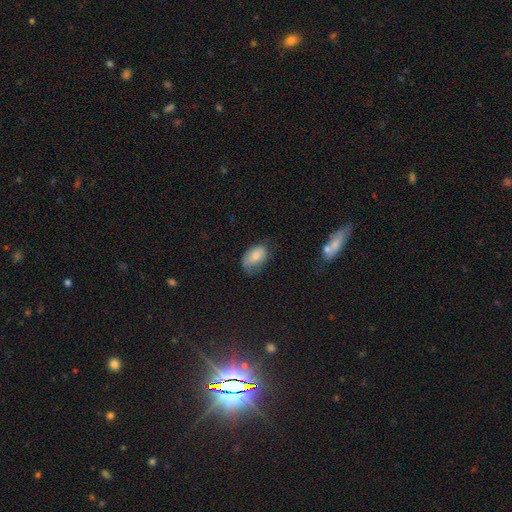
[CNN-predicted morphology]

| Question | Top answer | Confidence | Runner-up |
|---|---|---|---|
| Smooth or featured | smooth | 77% | featured or disk (15%) |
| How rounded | in between | 90% | round (9%) |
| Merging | none | 46% | minor disturbance (35%) |